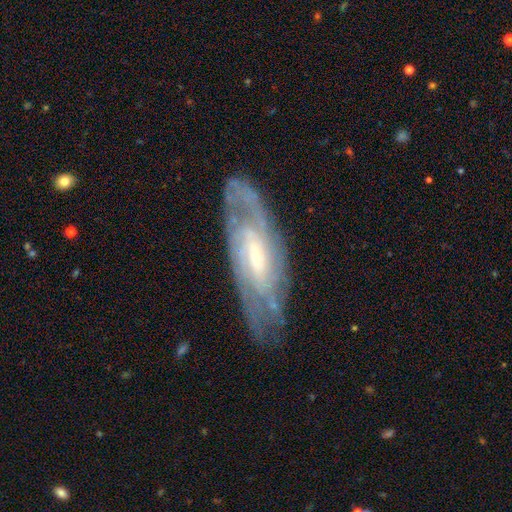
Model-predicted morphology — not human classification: This is likely a featured or disk galaxy (80%). It is clearly not viewed edge-on (82%). Bar: possibly weak (48%). Spiral arm pattern: clearly yes (91%). Spiral arm count: possibly can't tell (46%). Spiral winding: possibly tight (55%). Central bulge: possibly small (52%). Merging: likely none (75%).